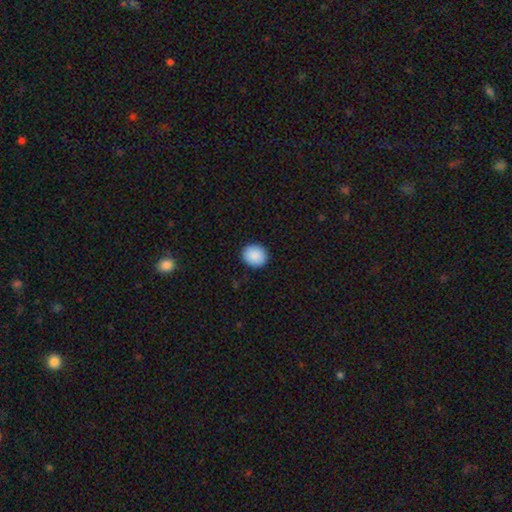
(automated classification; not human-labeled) smooth-or-featured: smooth: 90% | star or artifact: 7% | featured or disk: 3%
  how-rounded: round: 71% | in between: 28% | cigar-shaped: 1%
  merging: none: 91% | minor disturbance: 6% | major disturbance: 2% | merger: 1%